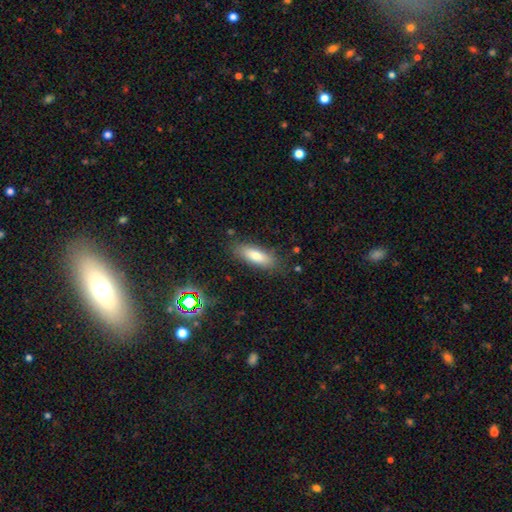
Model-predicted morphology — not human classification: Overall: smooth (75%). How rounded: in between (57%; cigar-shaped 41%). Merging: none (83%).